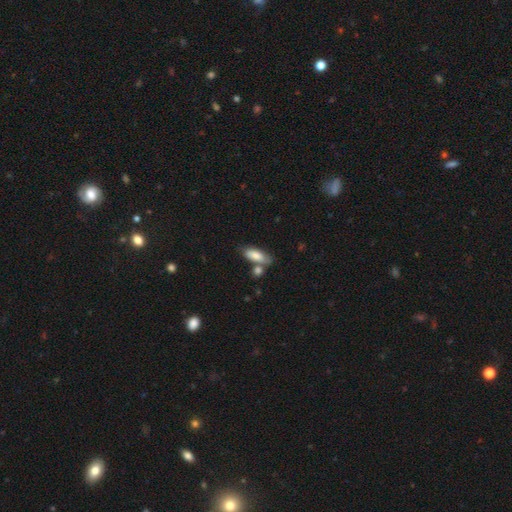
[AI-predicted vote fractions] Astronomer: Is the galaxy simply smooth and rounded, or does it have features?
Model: smooth — 81%.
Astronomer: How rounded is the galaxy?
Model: in between — 75%.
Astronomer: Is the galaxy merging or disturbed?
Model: none — 58%.